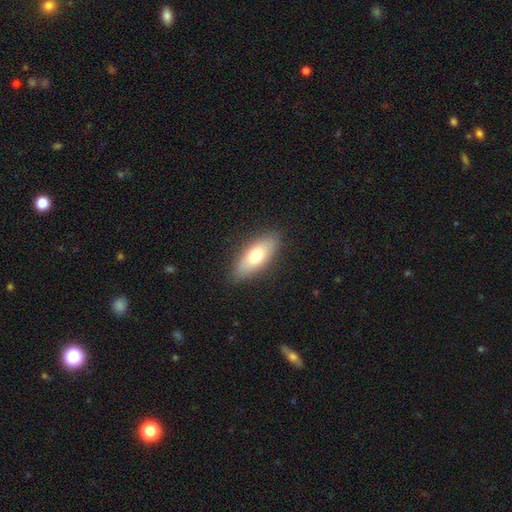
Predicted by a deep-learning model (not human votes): Morphology: type=smooth (70%); roundness=in between (73%); merging=none (86%).